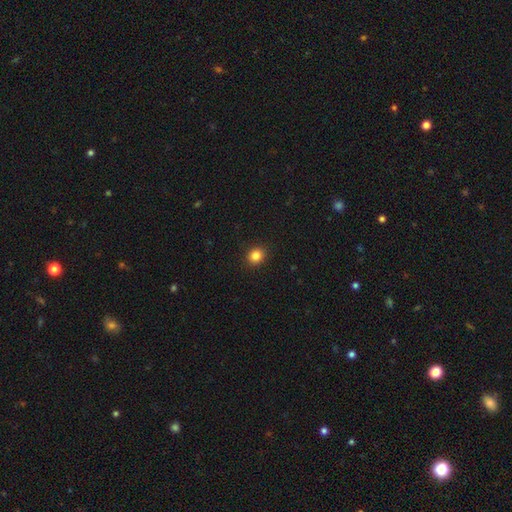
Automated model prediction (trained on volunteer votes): Smooth or featured? Predicted: smooth (p=0.84). How rounded? Predicted: round (p=0.78). Merging? Predicted: none (p=0.91).